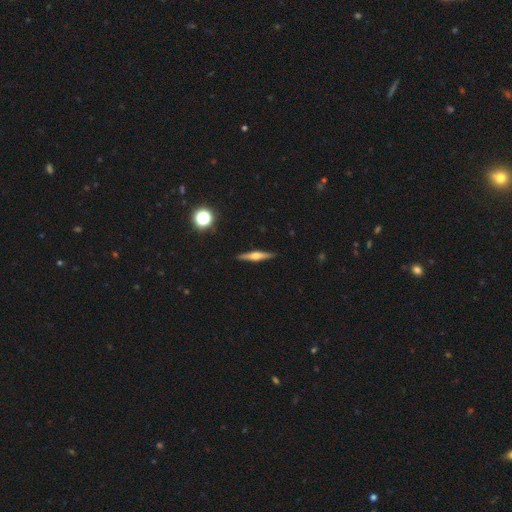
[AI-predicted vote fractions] Morphology: type=featured or disk (64%); edge-on=yes (97%); edge-on bulge=rounded (88%); merging=none (91%).